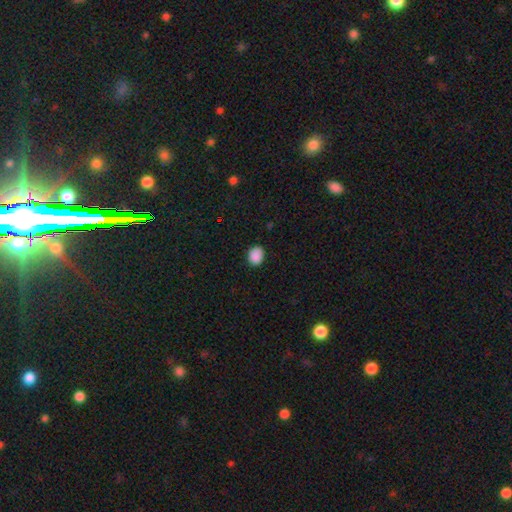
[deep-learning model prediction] Smooth or featured?
  - smooth: 88% *
  - star or artifact: 9%
  - featured or disk: 3%
How rounded?
  - in between: 52% *
  - round: 47%
  - cigar-shaped: 1%
Merging?
  - none: 84% *
  - minor disturbance: 13%
  - major disturbance: 2%
  - merger: 1%